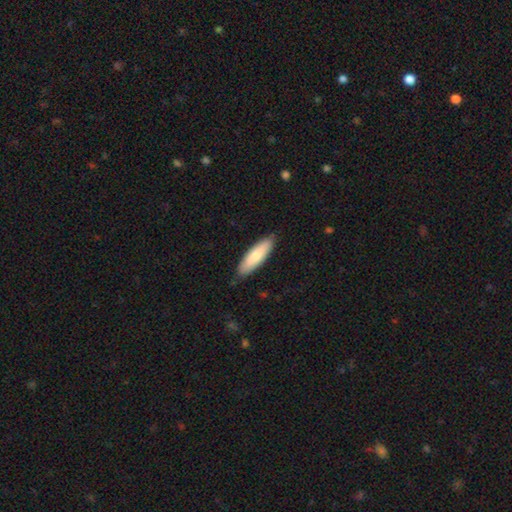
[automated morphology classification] Smooth or featured: smooth — 77% (featured or disk — 18%)
How rounded: cigar-shaped — 50% (in between — 49%)
Merging: none — 84% (minor disturbance — 13%)